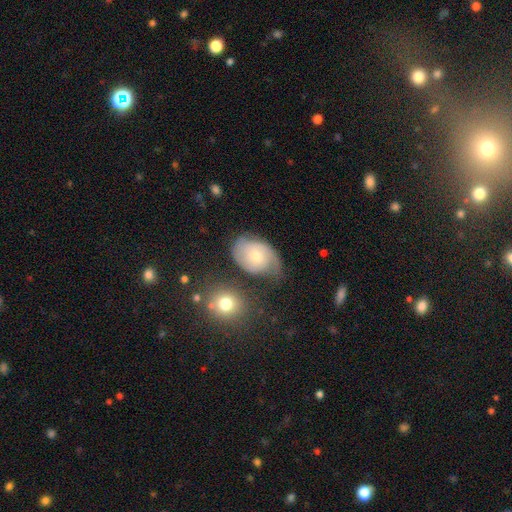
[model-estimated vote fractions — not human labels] smooth_or_featured: featured or disk (p=0.63) [alt: smooth p=0.30]
disk_edge_on: no (p=0.96) [alt: yes p=0.04]
bar: no (p=0.76) [alt: weak p=0.21]
has_spiral_arms: yes (p=0.87) [alt: no p=0.13]
spiral_winding: tight (p=0.43) [alt: medium p=0.38]
spiral_arm_count: 2 (p=0.60) [alt: can't tell p=0.19]
bulge_size: small (p=0.53) [alt: moderate p=0.43]
merging: none (p=0.52) [alt: minor disturbance p=0.27]